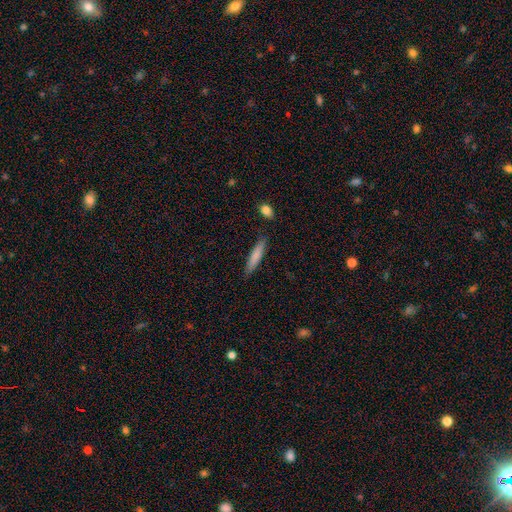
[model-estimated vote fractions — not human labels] smooth_or_featured: smooth (p=0.79) [alt: featured or disk p=0.16]
how_rounded: cigar-shaped (p=0.88) [alt: in between p=0.11]
merging: none (p=0.86) [alt: minor disturbance p=0.10]